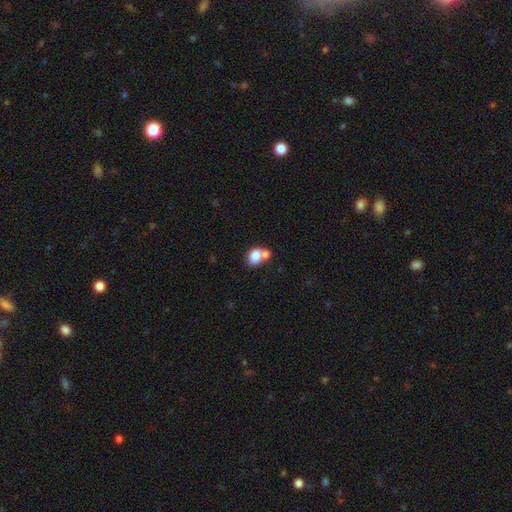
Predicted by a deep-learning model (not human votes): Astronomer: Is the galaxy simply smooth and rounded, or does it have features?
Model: smooth — 82%.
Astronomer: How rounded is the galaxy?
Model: in between — 57% (runner-up: round, 42%).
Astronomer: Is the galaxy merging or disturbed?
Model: merger — 51% (runner-up: none, 35%).